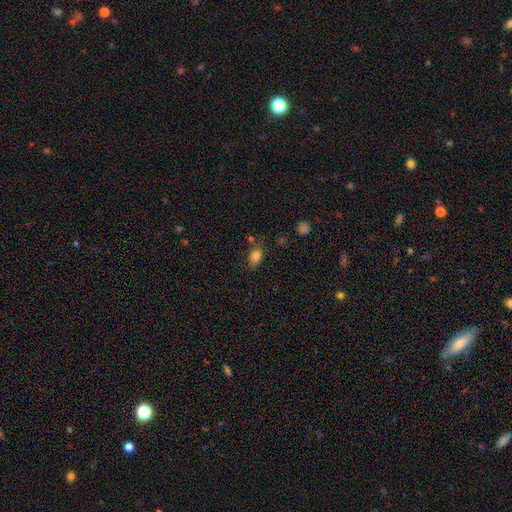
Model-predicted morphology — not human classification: Q: Smooth or featured?
A: smooth (82%); runner-up: star or artifact (11%)
Q: How rounded?
A: in between (75%); runner-up: round (23%)
Q: Merging?
A: none (65%); runner-up: minor disturbance (21%)